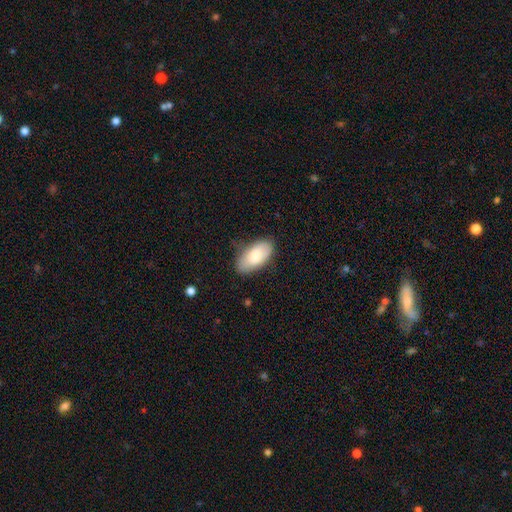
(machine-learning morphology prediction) type=smooth (76%); roundness=in between (93%); merging=none (73%).